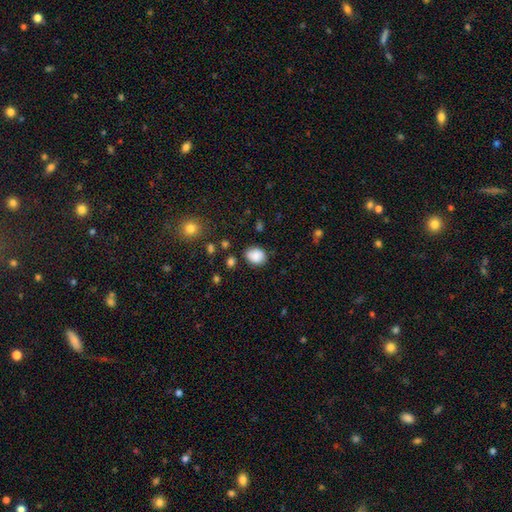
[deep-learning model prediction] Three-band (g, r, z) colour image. It shows a smooth galaxy with no disk features (86%) that is round (51%). Merging: none (76%).